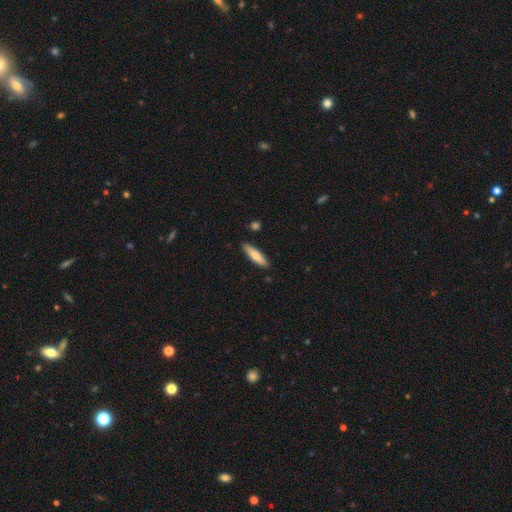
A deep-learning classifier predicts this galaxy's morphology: smooth-or-featured: smooth: 73% | featured or disk: 21% | star or artifact: 5%
  how-rounded: cigar-shaped: 78% | in between: 20% | round: 1%
  merging: none: 87% | minor disturbance: 9% | merger: 2% | major disturbance: 2%